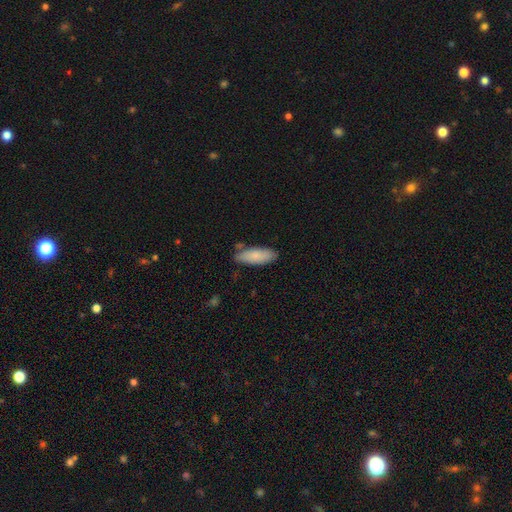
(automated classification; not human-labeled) A smooth galaxy with no disk features (83%) that is in between round and cigar-shaped (64%).

Vote fractions:
- Smooth or featured? smooth: 83% / featured or disk: 11% / star or artifact: 6%
- How rounded? in between: 64% / cigar-shaped: 34% / round: 2%
- Merging? none: 77% / minor disturbance: 16% / merger: 4% / major disturbance: 3%